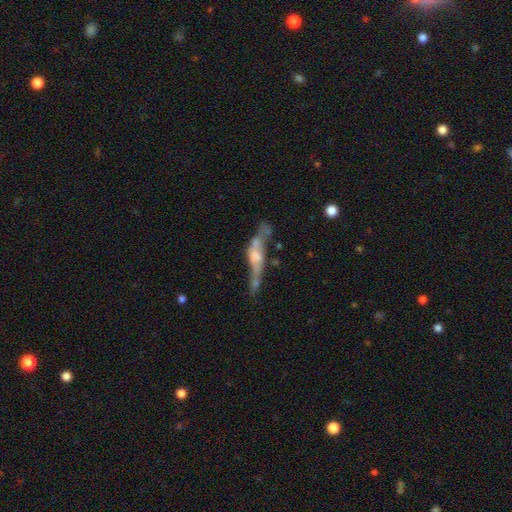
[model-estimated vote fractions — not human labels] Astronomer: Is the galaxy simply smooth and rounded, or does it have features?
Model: featured or disk — 62%.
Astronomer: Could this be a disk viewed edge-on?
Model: no — 50%, tied with yes at 50%.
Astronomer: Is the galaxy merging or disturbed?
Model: none — 29% (runner-up: major disturbance, 28%).